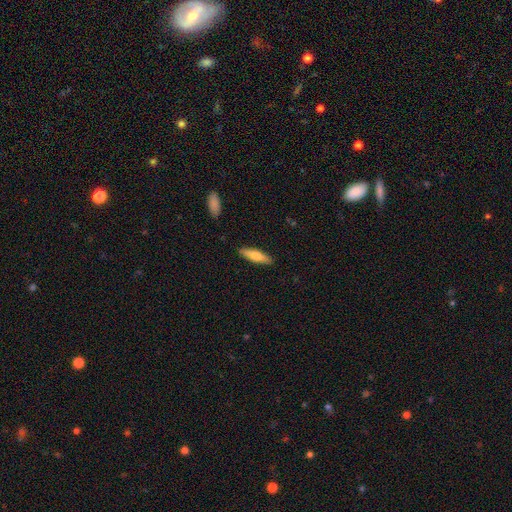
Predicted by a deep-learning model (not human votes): Morphology: type=smooth (64%); roundness=cigar-shaped (69%); merging=none (89%).